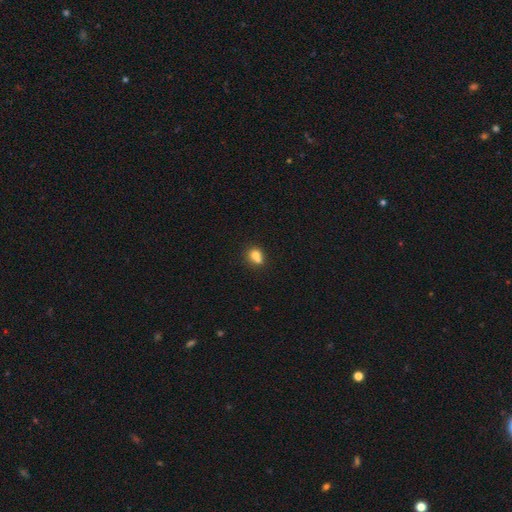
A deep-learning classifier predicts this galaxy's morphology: smooth-or-featured: smooth: 73% | featured or disk: 16% | star or artifact: 12%
  how-rounded: round: 71% | in between: 28% | cigar-shaped: 1%
  merging: merger: 47% | none: 39% | minor disturbance: 11% | major disturbance: 4%